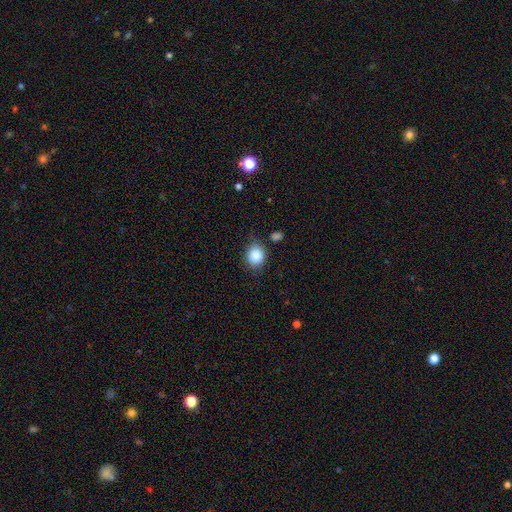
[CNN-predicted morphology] Smooth or featured? Predicted: smooth (p=0.84). How rounded? Predicted: round (p=0.67). Merging? Predicted: none (p=0.75).